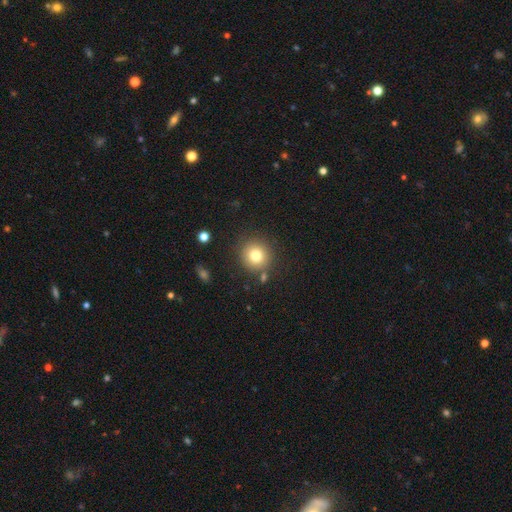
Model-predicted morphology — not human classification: This appears to be a smooth galaxy with no disk features (78%) that is round (91%). Merging: none (83%).